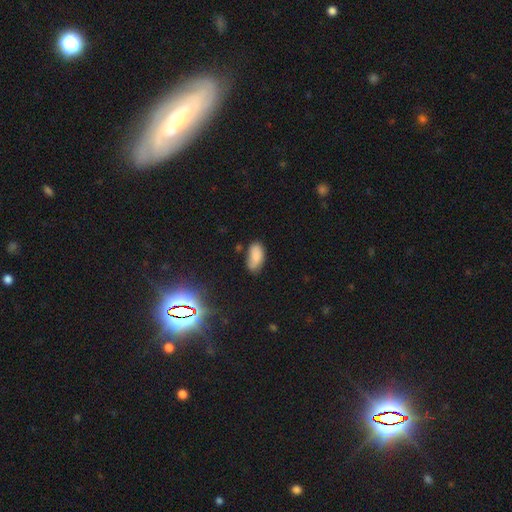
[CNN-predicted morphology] Overall: smooth (81%). How rounded: in between (93%). Merging: none (60%; minor disturbance 29%).